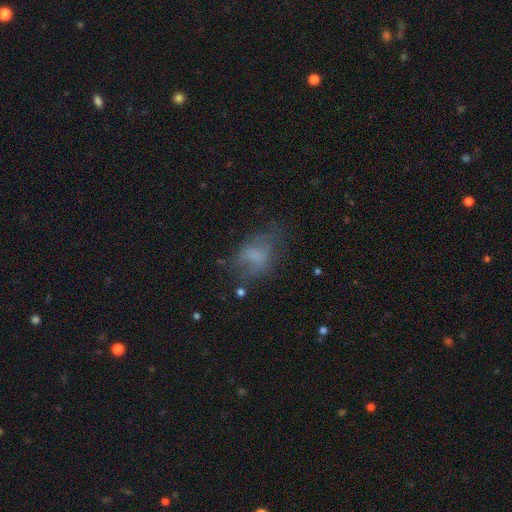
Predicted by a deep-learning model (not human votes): This is possibly a smooth galaxy (57%). How rounded: likely in between (76%). Merging: marginally none (43%).